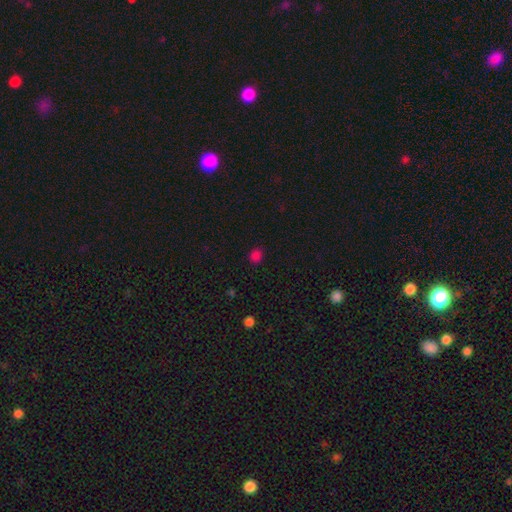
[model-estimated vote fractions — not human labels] smooth-or-featured: smooth: 77% | star or artifact: 19% | featured or disk: 3%
  how-rounded: round: 73% | in between: 26% | cigar-shaped: 1%
  merging: none: 87% | minor disturbance: 9% | major disturbance: 3% | merger: 2%